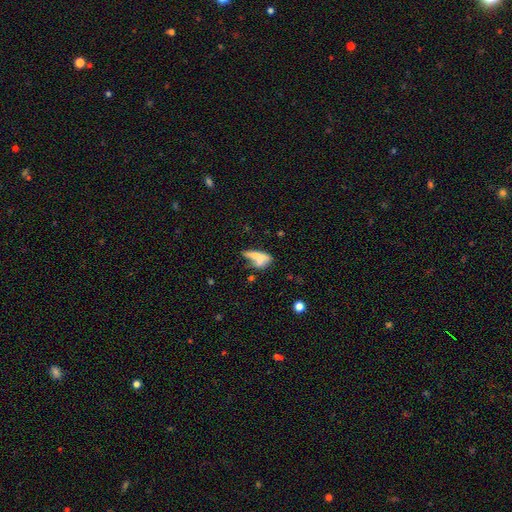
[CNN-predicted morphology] Smooth or featured? smooth (58%)
How rounded? in between (55%)
Merging? merger (39%)